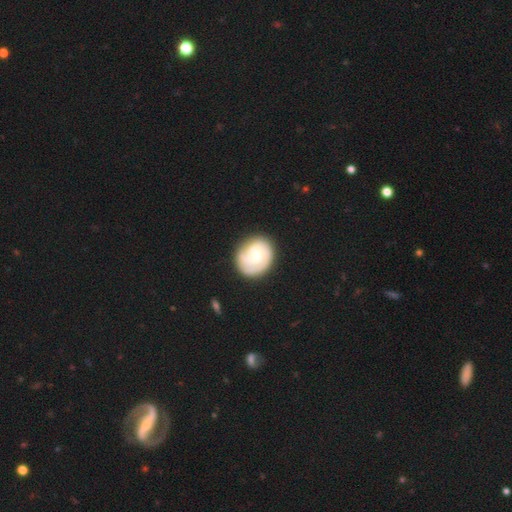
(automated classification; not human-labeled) Q: Smooth or featured?
A: featured or disk (62%); runner-up: smooth (32%)
Q: Edge-on disk?
A: no (98%); runner-up: yes (2%)
Q: Bar?
A: no (70%); runner-up: weak (26%)
Q: Spiral arms?
A: yes (90%); runner-up: no (10%)
Q: Spiral winding?
A: tight (62%); runner-up: medium (28%)
Q: Spiral arm count?
A: 2 (29%); runner-up: can't tell (28%)
Q: Bulge size?
A: small (46%); runner-up: moderate (42%)
Q: Merging?
A: none (76%); runner-up: minor disturbance (17%)